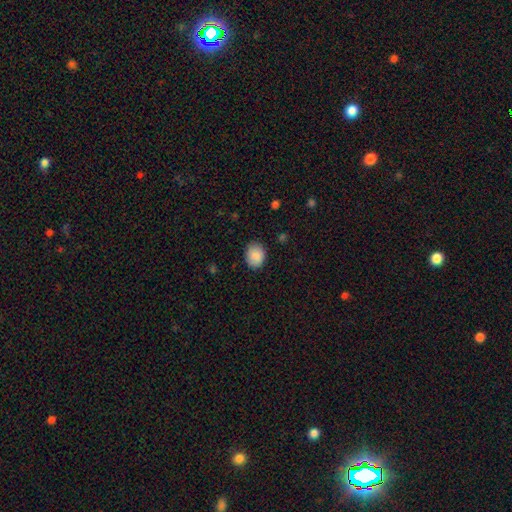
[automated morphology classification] Smooth or featured? smooth (88%)
How rounded? round (52%)
Merging? none (82%)